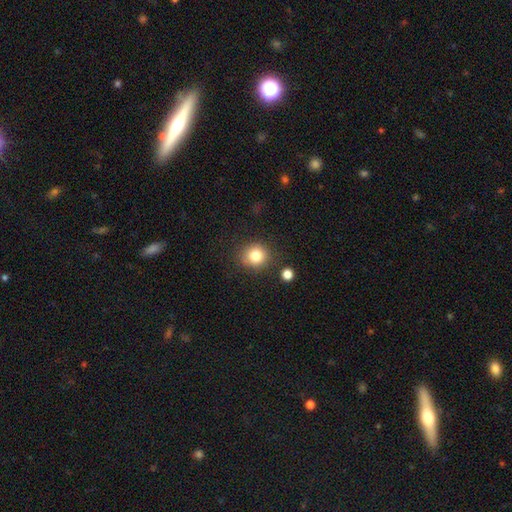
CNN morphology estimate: smooth-or-featured: smooth: 81% | star or artifact: 11% | featured or disk: 8%
  how-rounded: round: 88% | in between: 12% | cigar-shaped: 1%
  merging: none: 84% | minor disturbance: 9% | merger: 4% | major disturbance: 3%